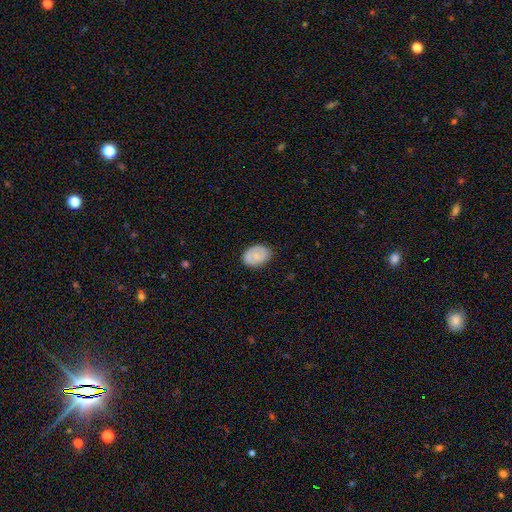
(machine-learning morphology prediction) smooth 70%, featured or disk 23%, star or artifact 7%. Down the decision tree: how rounded — in between (74%); merging — none (79%).